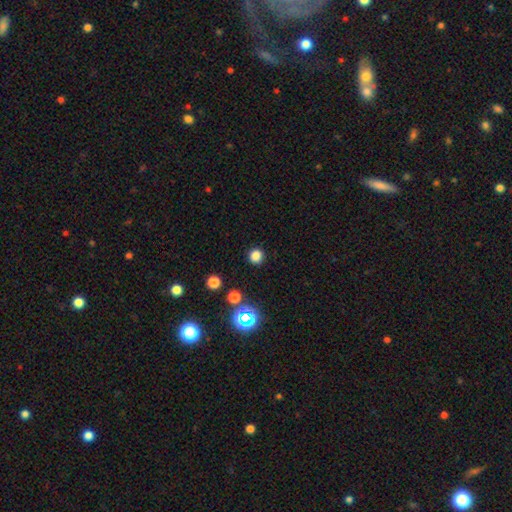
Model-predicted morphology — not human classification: type=smooth (79%); roundness=round (93%); merging=none (91%).